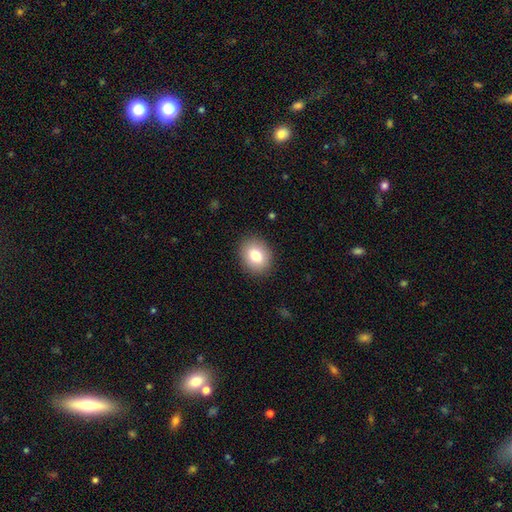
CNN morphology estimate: This appears to be a smooth galaxy with no disk features (80%) that is round (53%). Merging: none (89%).